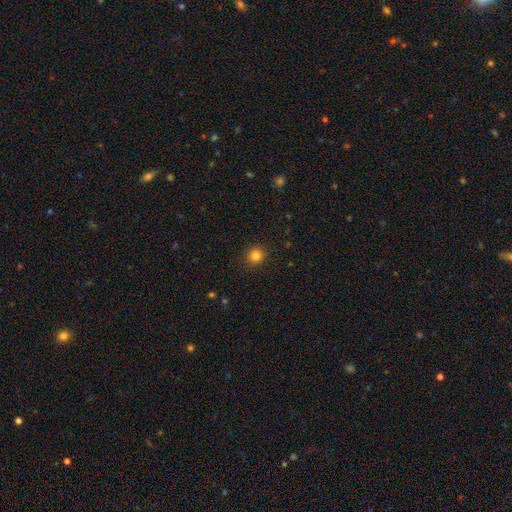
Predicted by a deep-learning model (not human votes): Smooth or featured? smooth (83%)
How rounded? round (91%)
Merging? none (91%)